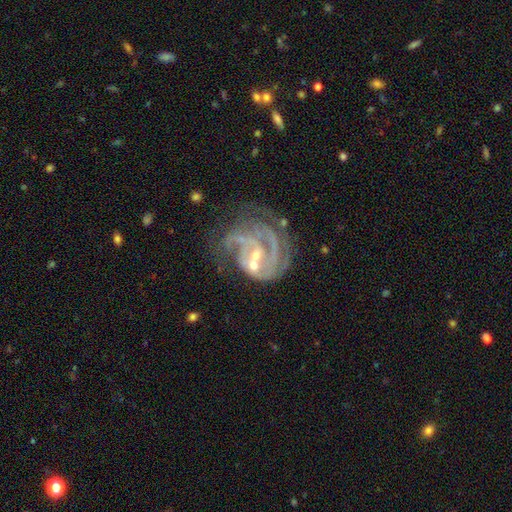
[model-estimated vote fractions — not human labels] A featured or disk galaxy (86%) with a weak bar (43%), 3 (28%) tight (47%) spiral arms (93%) and a small central bulge (64%).

Vote fractions:
- Smooth or featured? featured or disk: 86% / star or artifact: 8% / smooth: 6%
- Edge-on disk? no: 98% / yes: 2%
- Bar? weak: 43% / no: 38% / strong: 19%
- Spiral arms? yes: 93% / no: 7%
- Spiral winding? tight: 47% / medium: 39% / loose: 14%
- Spiral arm count? 3: 28% / 2: 26% / can't tell: 24% / 4: 9% / 1: 7% / more than 4: 5%
- Bulge size? small: 64% / moderate: 27% / none: 7% / large: 2% / dominant: 1%
- Merging? none: 35% / major disturbance: 26% / merger: 22% / minor disturbance: 17%